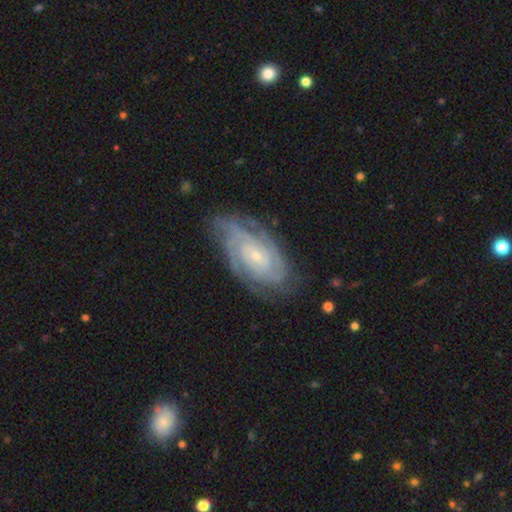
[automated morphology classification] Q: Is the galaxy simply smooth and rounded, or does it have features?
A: featured or disk — 87%.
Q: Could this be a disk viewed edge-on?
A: no — 96%.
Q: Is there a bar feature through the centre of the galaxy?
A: no — 67%.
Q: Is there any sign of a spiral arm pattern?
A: yes — 97%.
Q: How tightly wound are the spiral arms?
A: tight — 75%.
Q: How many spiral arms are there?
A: can't tell — 26%.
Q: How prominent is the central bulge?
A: small — 77%.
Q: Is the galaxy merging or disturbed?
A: none — 74%.